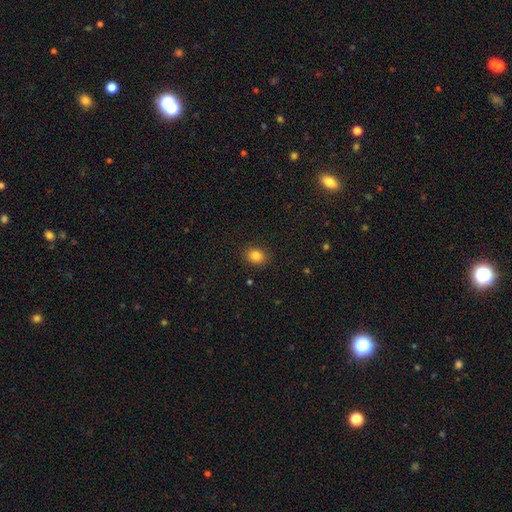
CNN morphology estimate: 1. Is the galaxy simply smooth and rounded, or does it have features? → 84% smooth, 11% star or artifact, 5% featured or disk.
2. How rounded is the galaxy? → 55% round, 44% in between, 1% cigar-shaped.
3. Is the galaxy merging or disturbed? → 89% none, 8% minor disturbance, 2% major disturbance, 1% merger.